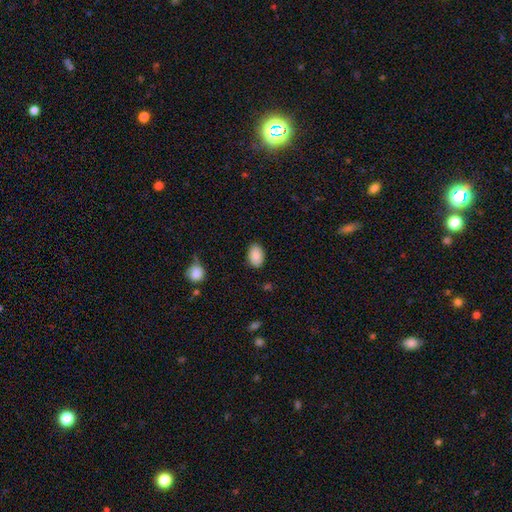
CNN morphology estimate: Overall: smooth (89%). How rounded: in between (90%). Merging: none (86%).